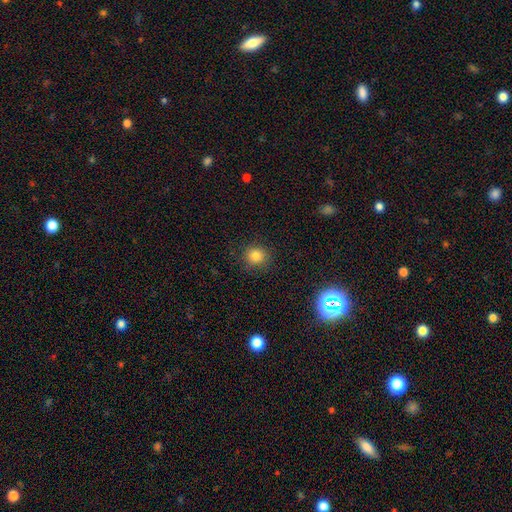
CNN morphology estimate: Q: Smooth or featured?
A: smooth (81%); runner-up: star or artifact (14%)
Q: How rounded?
A: round (88%); runner-up: in between (11%)
Q: Merging?
A: none (88%); runner-up: minor disturbance (8%)